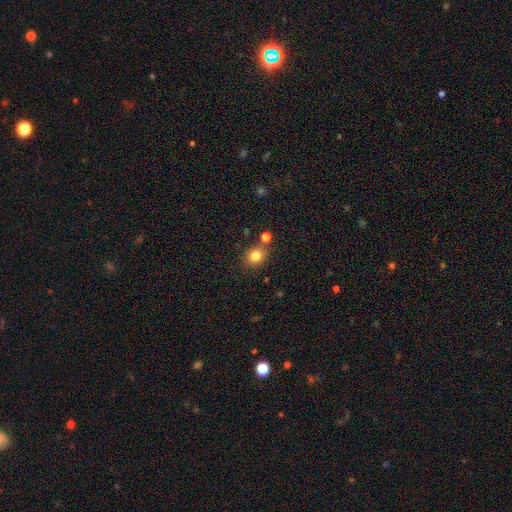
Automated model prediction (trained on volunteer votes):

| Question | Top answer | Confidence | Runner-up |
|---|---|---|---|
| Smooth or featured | smooth | 82% | star or artifact (11%) |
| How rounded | round | 67% | in between (32%) |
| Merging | none | 73% | merger (12%) |